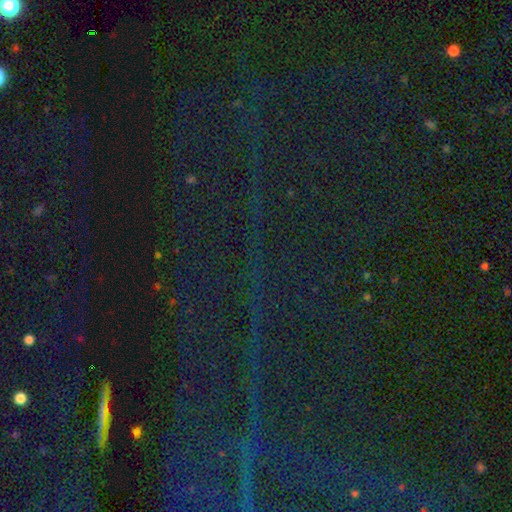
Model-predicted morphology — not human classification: Smooth or featured? star or artifact (85%)